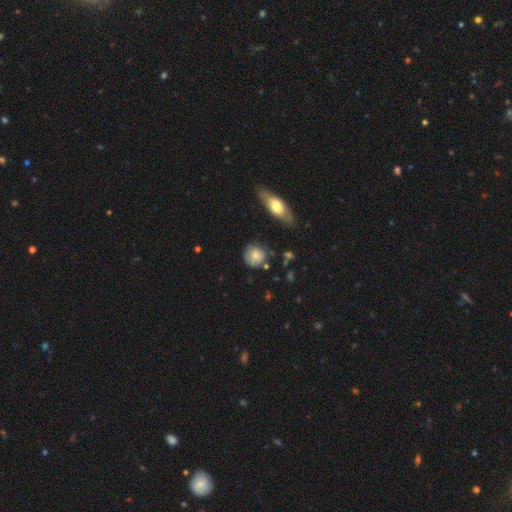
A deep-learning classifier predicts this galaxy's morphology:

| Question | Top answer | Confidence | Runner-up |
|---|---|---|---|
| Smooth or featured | smooth | 74% | featured or disk (19%) |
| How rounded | round | 83% | in between (15%) |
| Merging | none | 64% | minor disturbance (24%) |